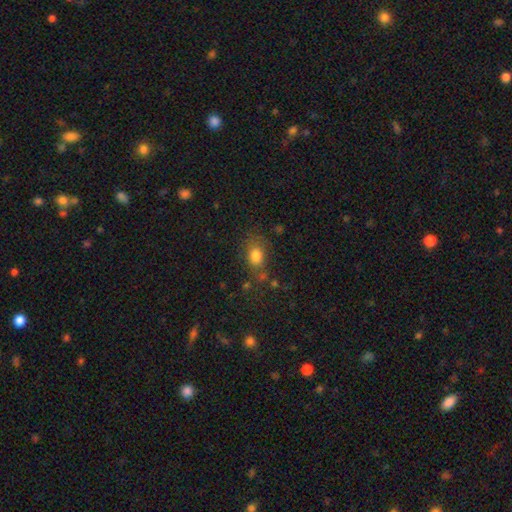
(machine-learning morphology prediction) type=smooth (79%); roundness=in between (66%); merging=none (67%).